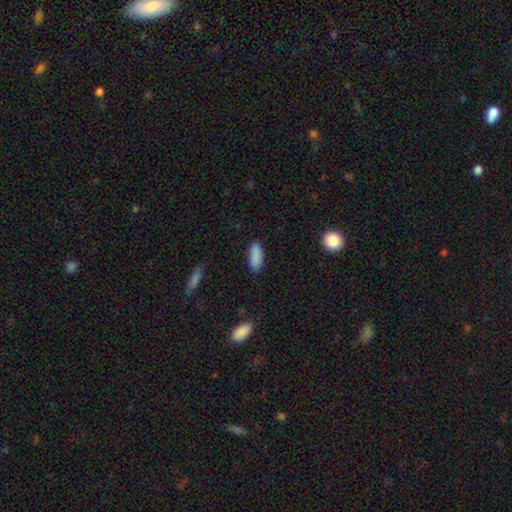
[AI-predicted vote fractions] Overall: smooth (89%). How rounded: in between (80%). Merging: none (86%).